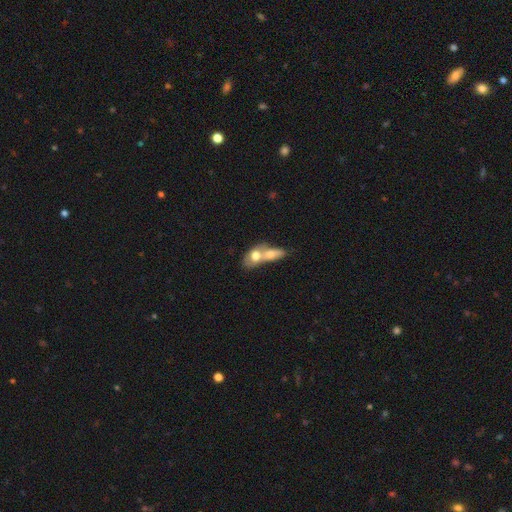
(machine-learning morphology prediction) smooth-or-featured: smooth: 64% | featured or disk: 29% | star or artifact: 7%
  how-rounded: in between: 74% | round: 18% | cigar-shaped: 8%
  merging: merger: 79% | none: 12% | minor disturbance: 5% | major disturbance: 4%